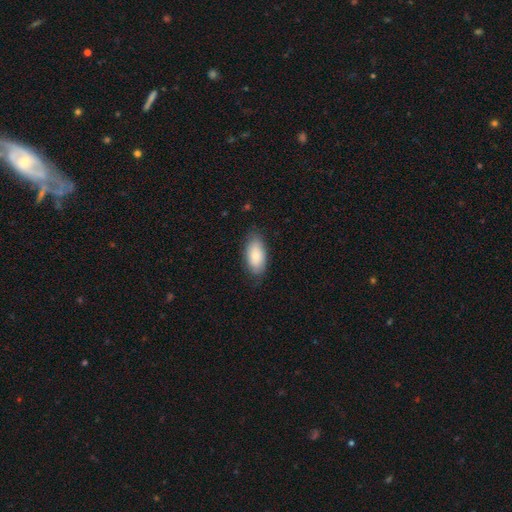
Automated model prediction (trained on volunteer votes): Overall: smooth (76%). How rounded: in between (93%). Merging: none (78%).